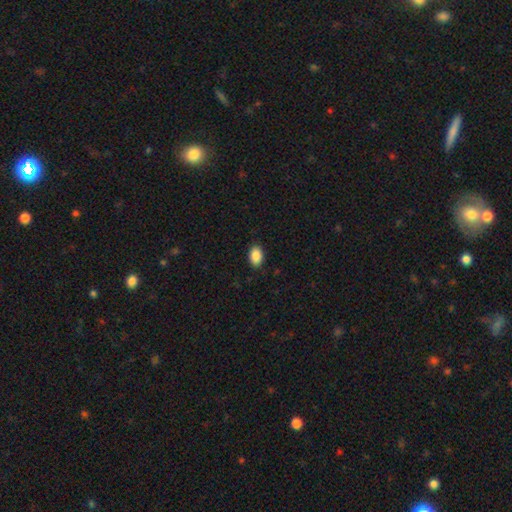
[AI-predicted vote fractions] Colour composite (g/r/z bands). It shows a smooth galaxy with no disk features (89%) that is in between round and cigar-shaped (87%). Merging: none (88%).